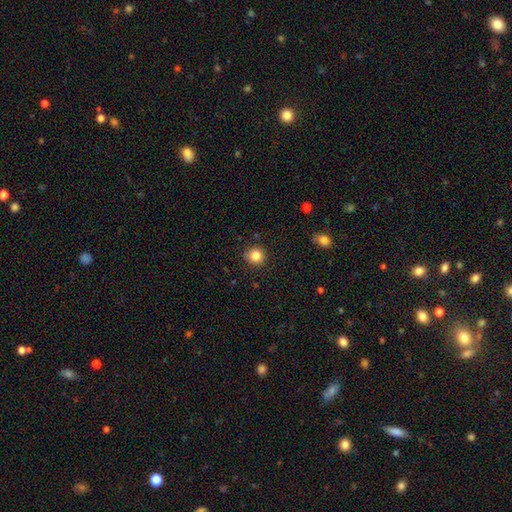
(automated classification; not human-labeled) Smooth or featured? smooth (84%)
How rounded? round (89%)
Merging? none (86%)